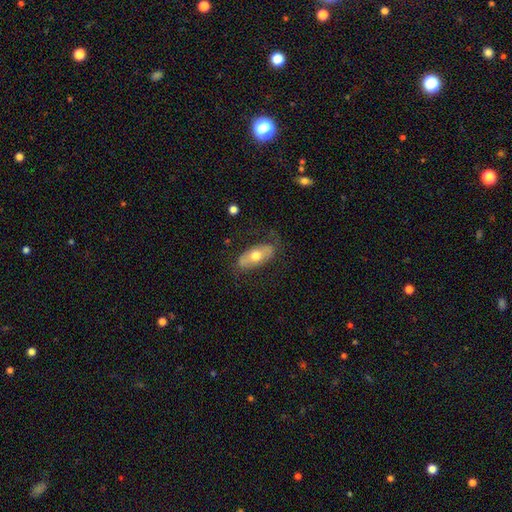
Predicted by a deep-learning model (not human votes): Overall: smooth (52%; featured or disk 42%). How rounded: in between (84%). Merging: none (72%).